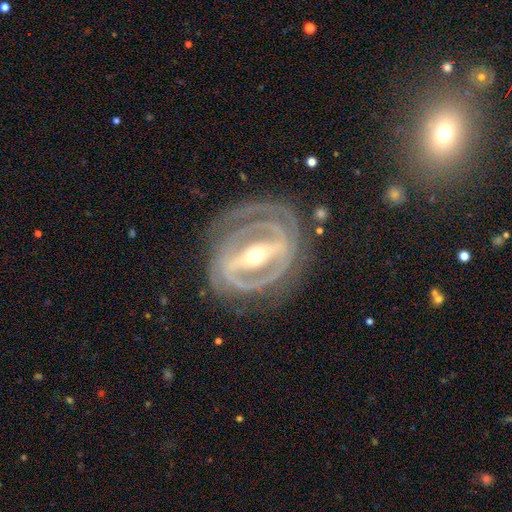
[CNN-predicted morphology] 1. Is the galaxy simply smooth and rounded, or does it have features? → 90% featured or disk, 6% smooth, 5% star or artifact.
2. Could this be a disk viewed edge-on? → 93% no, 7% yes.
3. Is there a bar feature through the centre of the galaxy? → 80% strong, 14% weak, 6% no.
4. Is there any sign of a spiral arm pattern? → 90% yes, 10% no.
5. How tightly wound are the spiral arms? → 63% tight, 29% medium, 8% loose.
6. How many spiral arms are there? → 59% 2, 15% can't tell, 13% 3, 6% 1, 4% 4, 3% more than 4.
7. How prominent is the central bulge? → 48% small, 47% moderate, 3% large, 1% dominant, 1% none.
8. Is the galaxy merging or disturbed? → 71% none, 16% minor disturbance, 11% major disturbance, 2% merger.